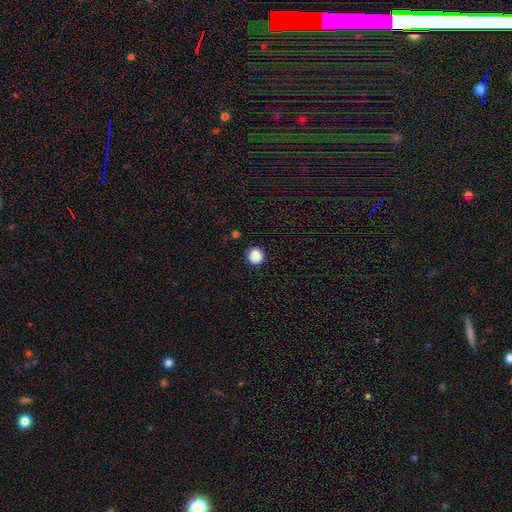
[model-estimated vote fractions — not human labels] Smooth or featured: smooth — 87% (star or artifact — 9%)
How rounded: round — 94% (in between — 5%)
Merging: none — 89% (minor disturbance — 8%)